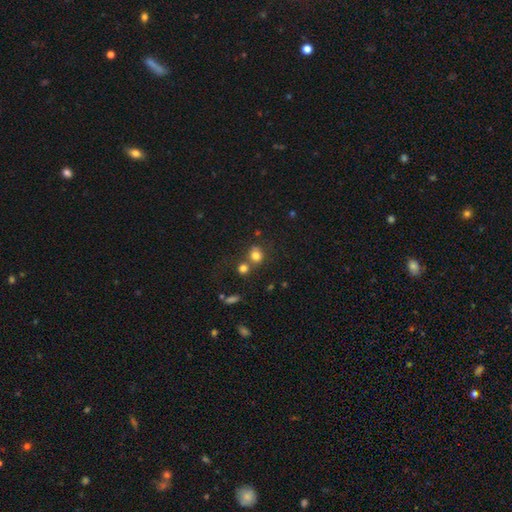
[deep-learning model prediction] Smooth or featured? smooth (78%)
How rounded? round (76%)
Merging? none (54%)